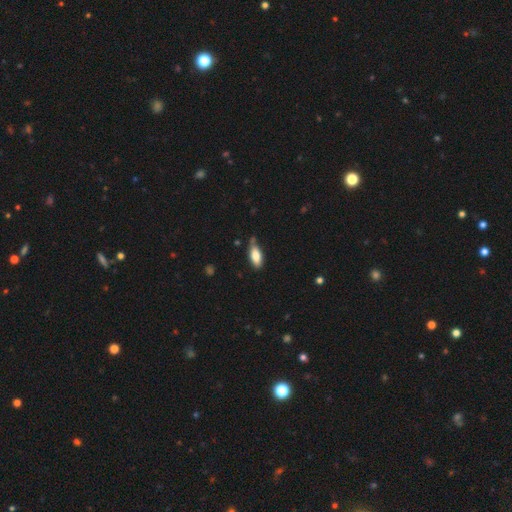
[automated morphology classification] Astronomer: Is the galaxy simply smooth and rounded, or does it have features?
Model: smooth — 82%.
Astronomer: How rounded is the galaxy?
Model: in between — 81%.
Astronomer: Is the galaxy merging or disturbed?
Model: none — 64%.